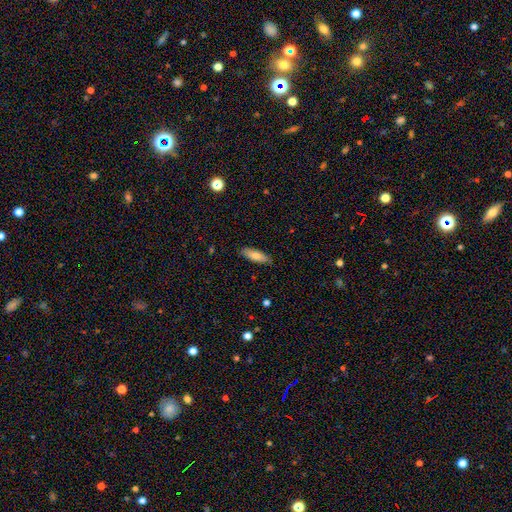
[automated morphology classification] Smooth or featured? smooth (79%)
How rounded? in between (60%)
Merging? none (85%)